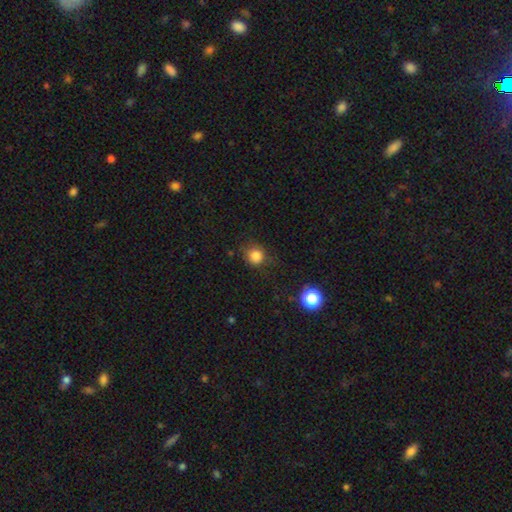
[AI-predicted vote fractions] Smooth or featured? Predicted: smooth (p=0.82). How rounded? Predicted: round (p=0.87). Merging? Predicted: none (p=0.75).